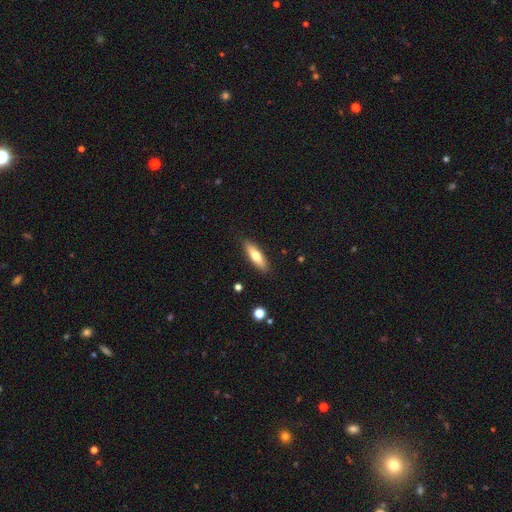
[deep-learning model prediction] Q: Smooth or featured?
A: smooth (66%); runner-up: featured or disk (28%)
Q: How rounded?
A: cigar-shaped (53%); runner-up: in between (45%)
Q: Merging?
A: none (88%); runner-up: minor disturbance (9%)